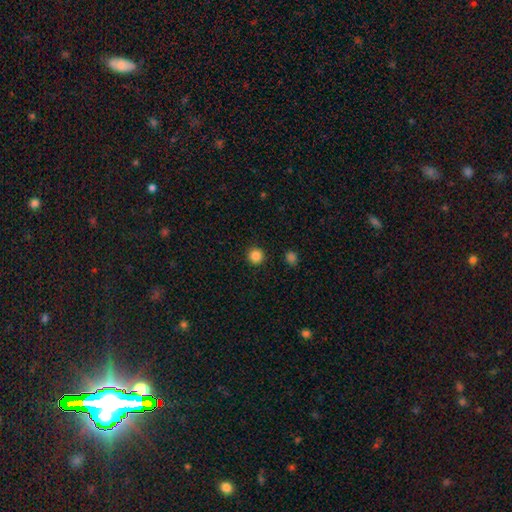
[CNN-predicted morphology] Smooth or featured? Predicted: smooth (p=0.86). How rounded? Predicted: round (p=0.95). Merging? Predicted: none (p=0.92).